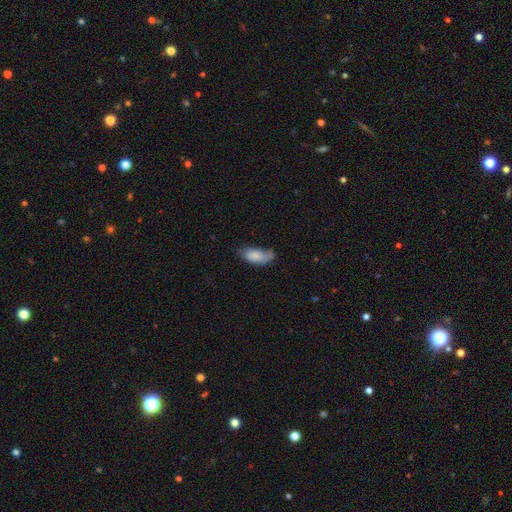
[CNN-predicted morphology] Smooth or featured: smooth — 81% (featured or disk — 12%)
How rounded: in between — 89% (cigar-shaped — 9%)
Merging: none — 47% (minor disturbance — 36%)